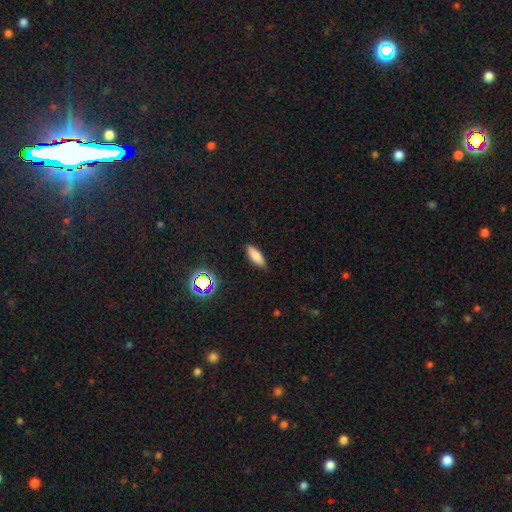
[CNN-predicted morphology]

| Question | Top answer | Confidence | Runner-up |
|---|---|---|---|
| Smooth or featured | smooth | 81% | star or artifact (11%) |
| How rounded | in between | 69% | cigar-shaped (29%) |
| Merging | none | 84% | minor disturbance (13%) |